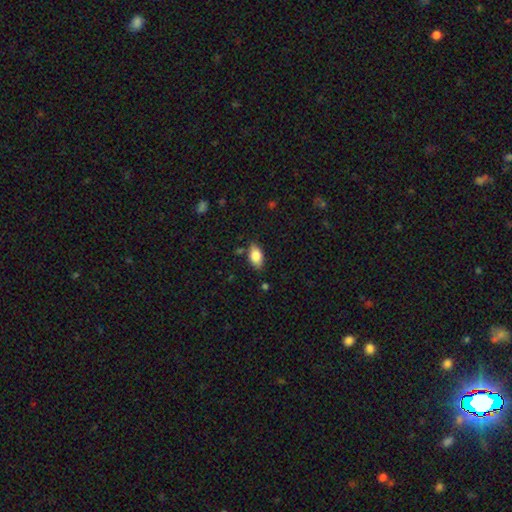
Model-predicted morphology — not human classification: Smooth or featured? Predicted: smooth (p=0.79). How rounded? Predicted: in between (p=0.90). Merging? Predicted: none (p=0.78).